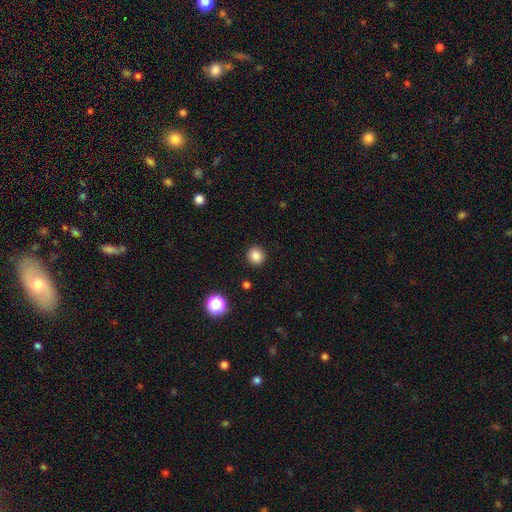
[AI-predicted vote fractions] smooth-or-featured: smooth: 84% | star or artifact: 11% | featured or disk: 5%
  how-rounded: round: 93% | in between: 6% | cigar-shaped: 1%
  merging: none: 92% | minor disturbance: 5% | major disturbance: 2% | merger: 1%